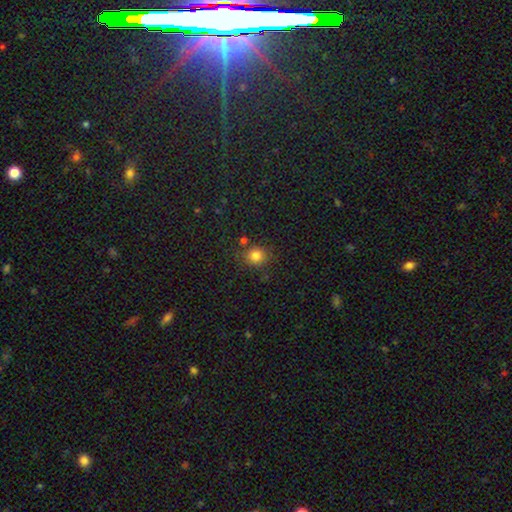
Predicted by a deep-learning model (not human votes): Morphology: type=smooth (82%); roundness=round (83%); merging=none (80%).